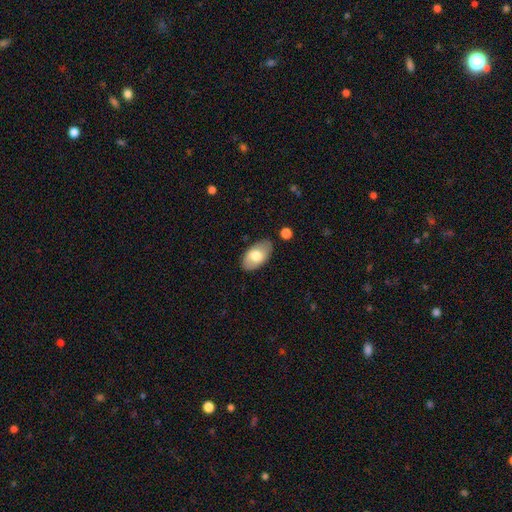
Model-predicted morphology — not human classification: smooth_or_featured: smooth (p=0.70) [alt: featured or disk p=0.23]
how_rounded: in between (p=0.95) [alt: round p=0.04]
merging: none (p=0.82) [alt: minor disturbance p=0.13]